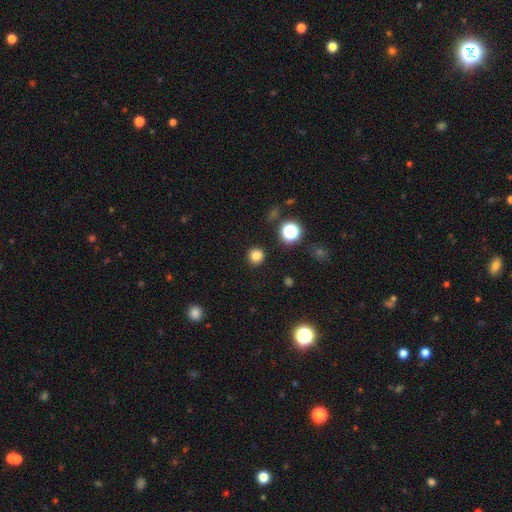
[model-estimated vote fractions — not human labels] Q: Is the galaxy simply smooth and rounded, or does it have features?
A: smooth — 81%.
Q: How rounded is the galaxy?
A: round — 93%.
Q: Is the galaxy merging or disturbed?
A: none — 91%.